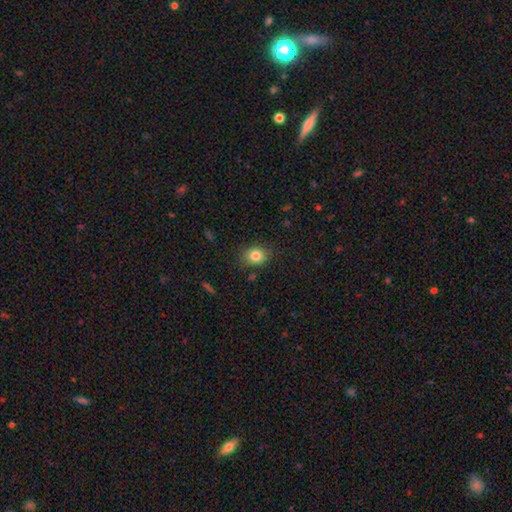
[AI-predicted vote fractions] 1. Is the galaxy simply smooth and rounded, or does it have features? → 83% smooth, 11% star or artifact, 7% featured or disk.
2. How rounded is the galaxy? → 59% round, 40% in between, 1% cigar-shaped.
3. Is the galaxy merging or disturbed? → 83% none, 12% minor disturbance, 3% major disturbance, 2% merger.